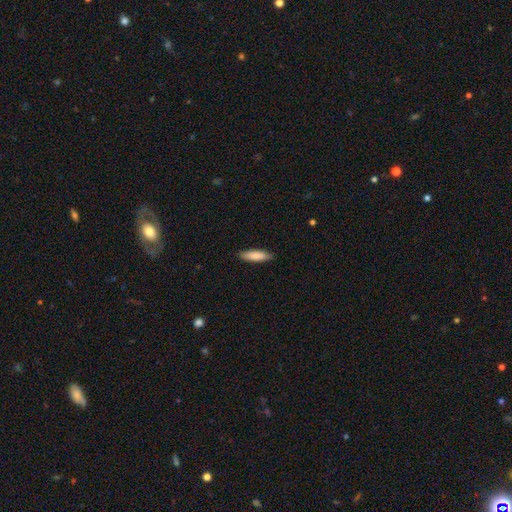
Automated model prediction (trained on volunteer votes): Smooth or featured?
  - smooth: 86% *
  - featured or disk: 9%
  - star or artifact: 5%
How rounded?
  - cigar-shaped: 66% *
  - in between: 33%
  - round: 1%
Merging?
  - none: 88% *
  - minor disturbance: 9%
  - major disturbance: 2%
  - merger: 1%